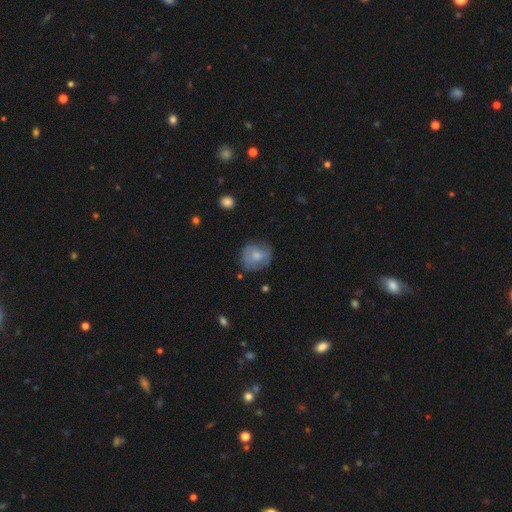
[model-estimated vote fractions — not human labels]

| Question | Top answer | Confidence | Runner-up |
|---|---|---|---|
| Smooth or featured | smooth | 66% | featured or disk (26%) |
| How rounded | round | 71% | in between (28%) |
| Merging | none | 63% | minor disturbance (25%) |